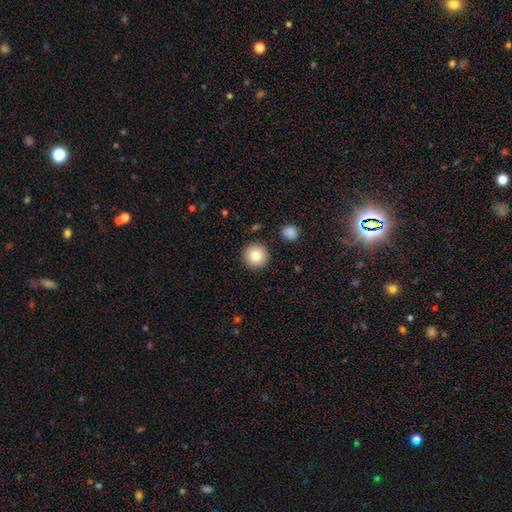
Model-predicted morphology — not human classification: Smooth or featured: smooth — 81% (star or artifact — 10%)
How rounded: round — 96% (in between — 3%)
Merging: none — 91% (minor disturbance — 6%)